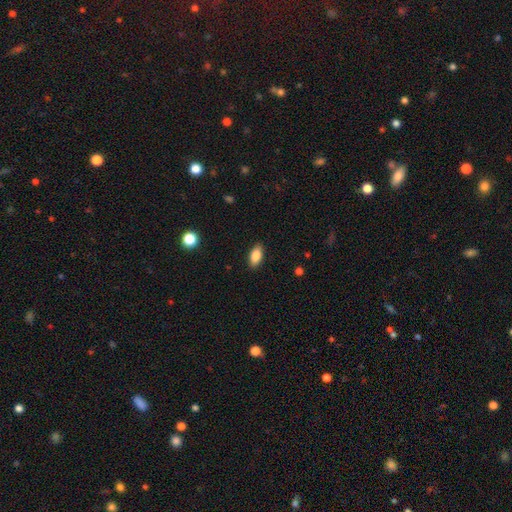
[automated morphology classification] A smooth galaxy with no disk features (87%) that is in between round and cigar-shaped (91%).

Vote fractions:
- Smooth or featured? smooth: 87% / star or artifact: 7% / featured or disk: 6%
- How rounded? in between: 91% / cigar-shaped: 6% / round: 3%
- Merging? none: 88% / minor disturbance: 8% / major disturbance: 2% / merger: 1%